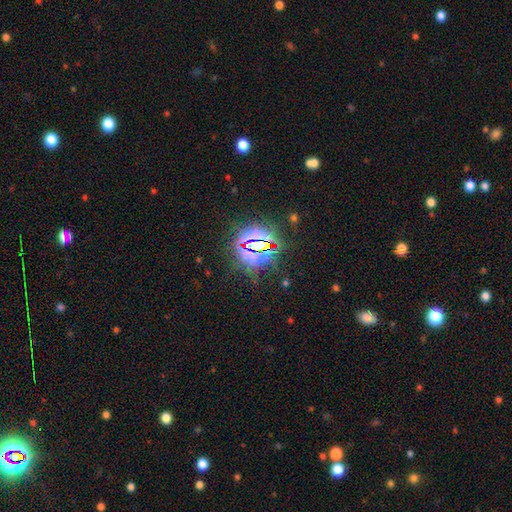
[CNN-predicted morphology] Overall: star or artifact (81%).